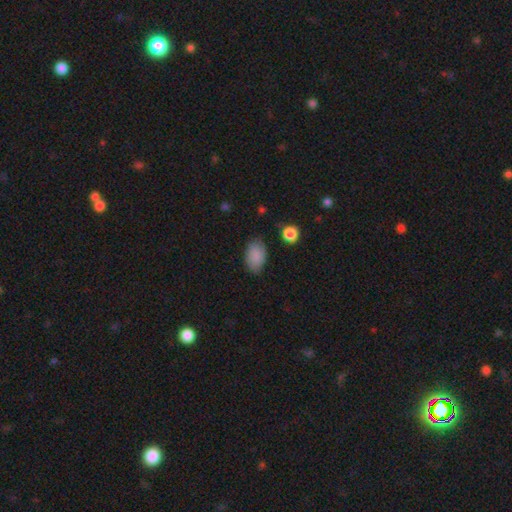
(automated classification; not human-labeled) Smooth or featured? smooth (87%)
How rounded? in between (90%)
Merging? none (79%)